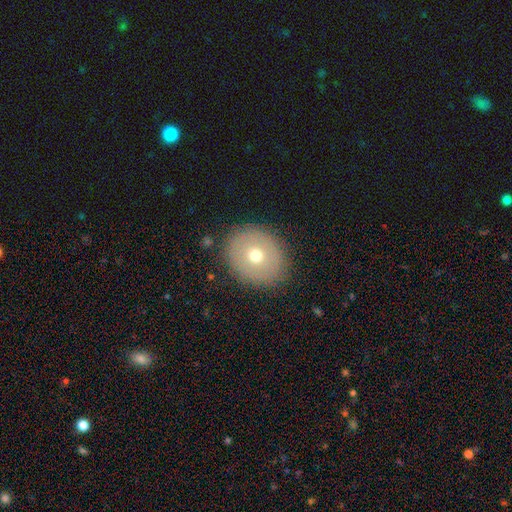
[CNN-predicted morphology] smooth-or-featured: smooth: 63% | featured or disk: 27% | star or artifact: 10%
  how-rounded: round: 61% | in between: 38% | cigar-shaped: 1%
  merging: none: 86% | minor disturbance: 9% | major disturbance: 3% | merger: 1%